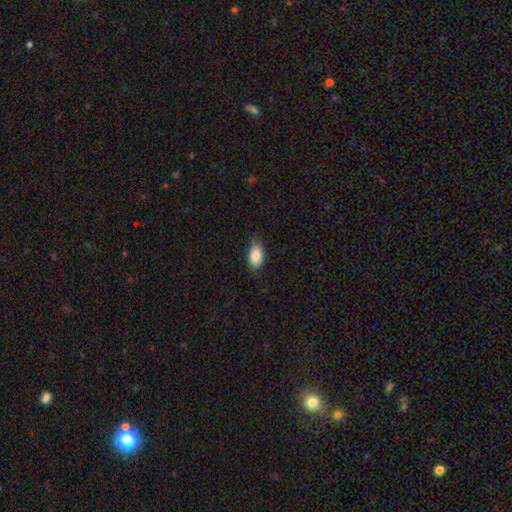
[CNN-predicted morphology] A smooth galaxy with no disk features (87%) that is in between round and cigar-shaped (92%). Merging: none (78%).